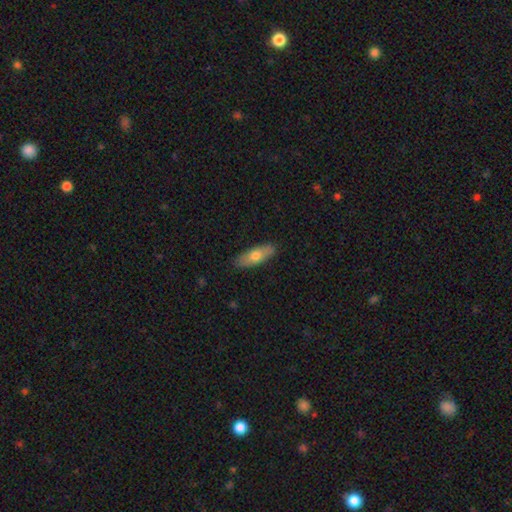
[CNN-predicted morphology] smooth-or-featured: smooth: 68% | featured or disk: 26% | star or artifact: 6%
  how-rounded: in between: 65% | cigar-shaped: 32% | round: 3%
  merging: none: 88% | minor disturbance: 10% | major disturbance: 2% | merger: 1%